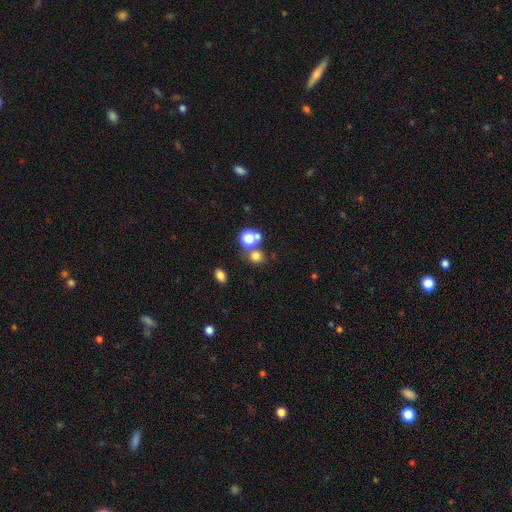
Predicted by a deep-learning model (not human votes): smooth 71%, star or artifact 22%, featured or disk 7%. Down the decision tree: how rounded — round (82%); merging — none (64%).